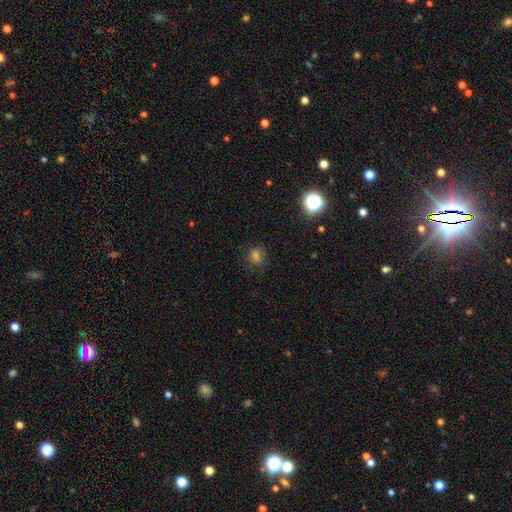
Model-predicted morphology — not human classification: A smooth galaxy with no disk features (61%) that is round (58%). Merging: none (77%).